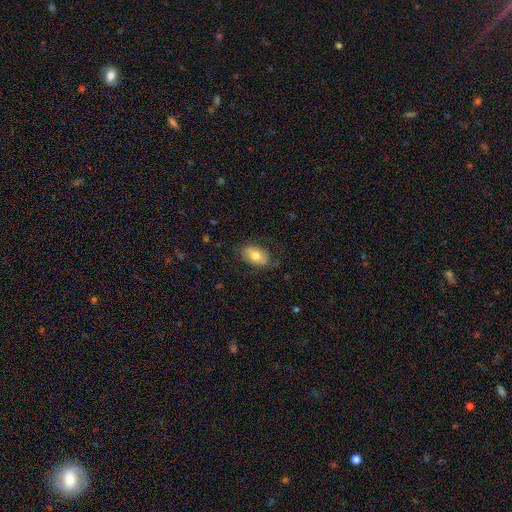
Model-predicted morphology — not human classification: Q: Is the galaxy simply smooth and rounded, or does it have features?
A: smooth — 68%.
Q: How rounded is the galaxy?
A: in between — 87%.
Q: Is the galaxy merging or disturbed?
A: none — 76%.